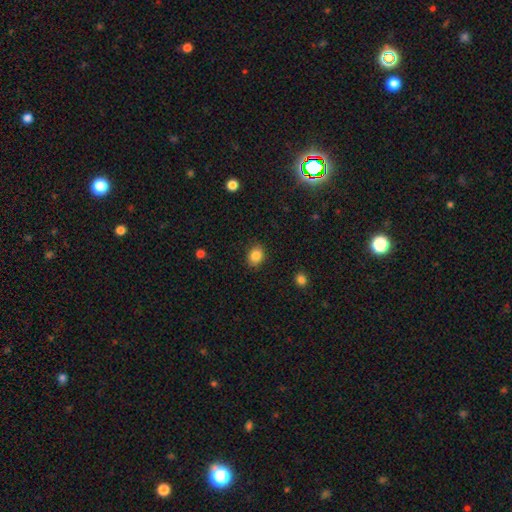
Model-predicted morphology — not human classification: Q: Smooth or featured?
A: smooth (85%); runner-up: star or artifact (10%)
Q: How rounded?
A: in between (51%); runner-up: round (49%)
Q: Merging?
A: none (87%); runner-up: minor disturbance (9%)